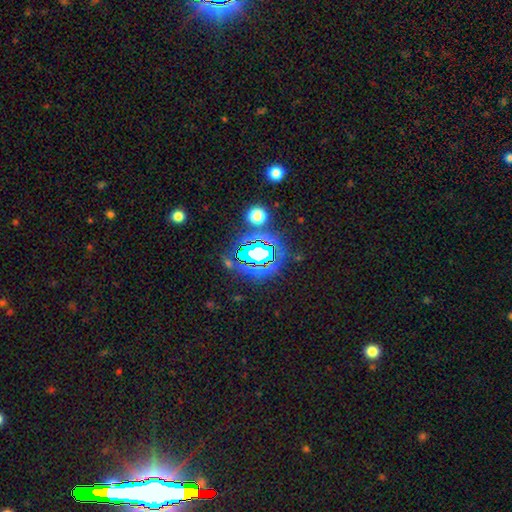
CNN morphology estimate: Overall: star or artifact (80%).